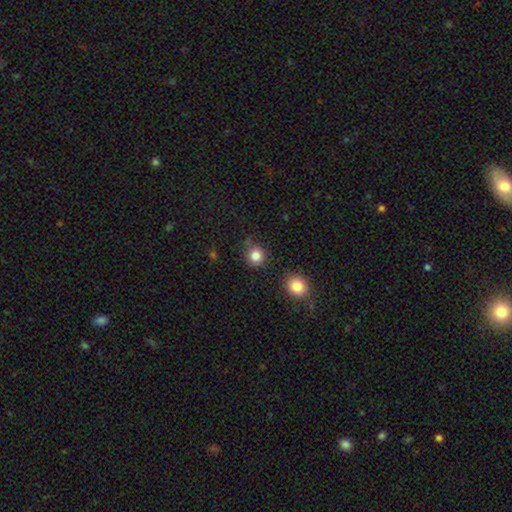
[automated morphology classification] smooth_or_featured: smooth (p=0.85) [alt: star or artifact p=0.11]
how_rounded: round (p=0.88) [alt: in between p=0.11]
merging: none (p=0.77) [alt: minor disturbance p=0.14]